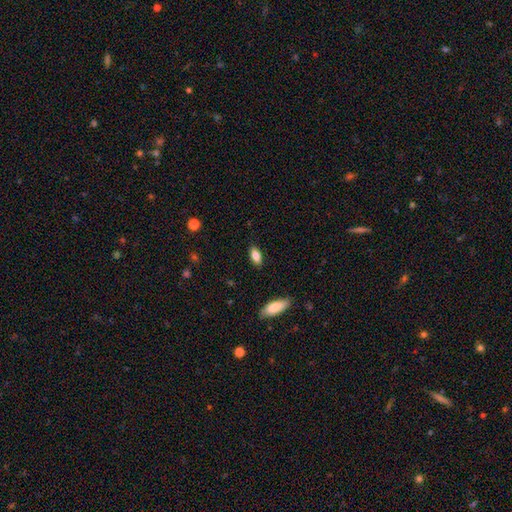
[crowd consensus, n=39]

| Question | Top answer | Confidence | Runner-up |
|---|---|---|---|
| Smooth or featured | smooth | 92% | featured or disk (8%) |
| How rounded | in between | 86% | cigar-shaped (11%) |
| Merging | none | 92% | minor disturbance (3%) |